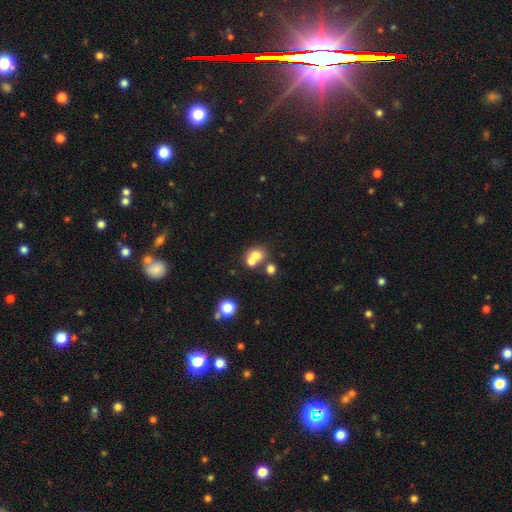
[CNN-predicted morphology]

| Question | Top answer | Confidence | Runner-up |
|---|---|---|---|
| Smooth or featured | smooth | 69% | featured or disk (17%) |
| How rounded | round | 70% | in between (29%) |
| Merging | merger | 54% | none (36%) |